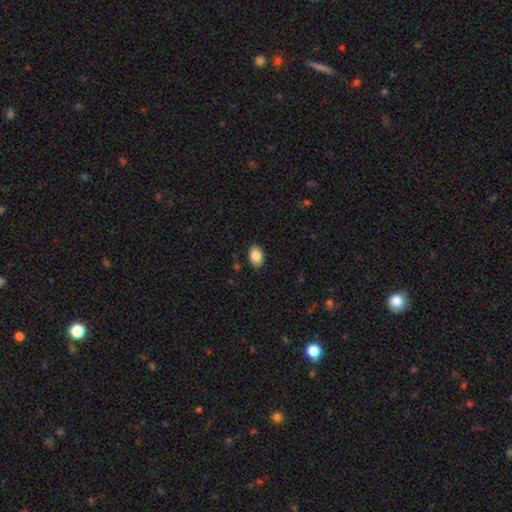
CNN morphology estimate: Smooth or featured?
  - smooth: 86% *
  - star or artifact: 8%
  - featured or disk: 6%
How rounded?
  - in between: 85% *
  - round: 14%
  - cigar-shaped: 1%
Merging?
  - none: 87% *
  - minor disturbance: 10%
  - major disturbance: 2%
  - merger: 1%